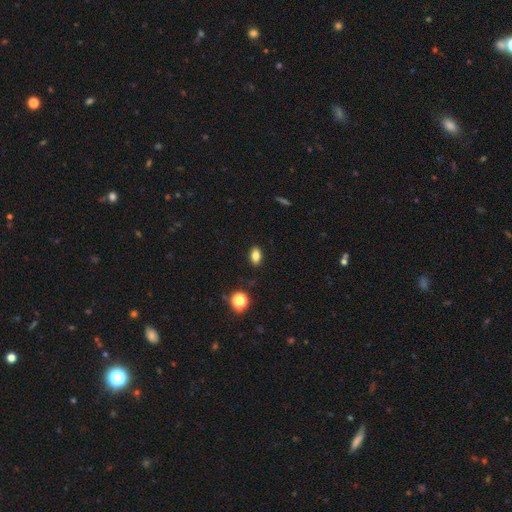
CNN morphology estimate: This appears to be a smooth galaxy with no disk features (82%) that is in between round and cigar-shaped (85%). Merging: none (88%).